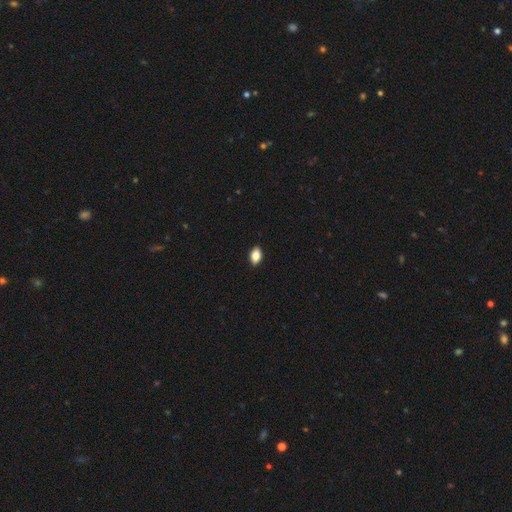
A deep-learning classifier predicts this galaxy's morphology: Smooth or featured?
  - smooth: 85% *
  - star or artifact: 8%
  - featured or disk: 7%
How rounded?
  - in between: 88% *
  - round: 9%
  - cigar-shaped: 2%
Merging?
  - none: 90% *
  - minor disturbance: 8%
  - major disturbance: 2%
  - merger: 1%